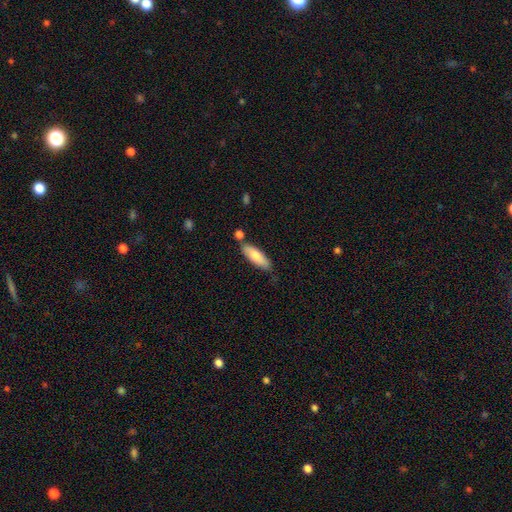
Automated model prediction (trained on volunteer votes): Overall: smooth (77%). How rounded: in between (55%; cigar-shaped 43%). Merging: none (71%).